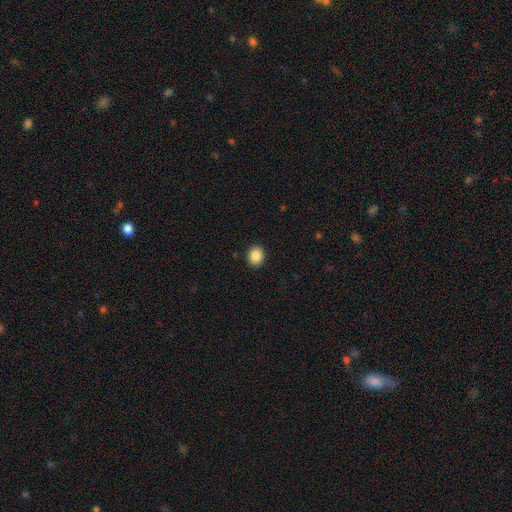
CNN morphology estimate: Smooth or featured? smooth (87%)
How rounded? round (59%)
Merging? none (92%)